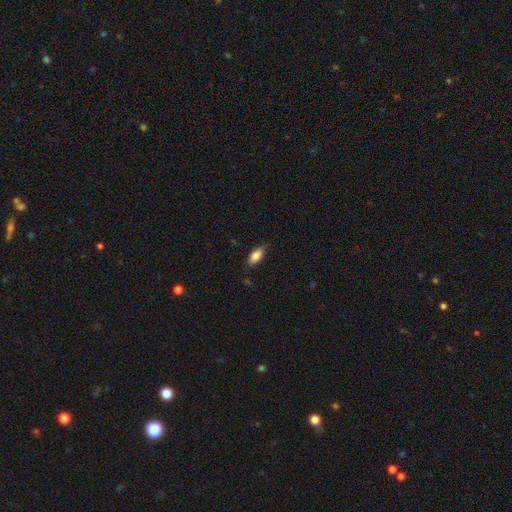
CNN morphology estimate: Smooth or featured: smooth — 85% (featured or disk — 8%)
How rounded: in between — 88% (cigar-shaped — 9%)
Merging: none — 78% (minor disturbance — 17%)